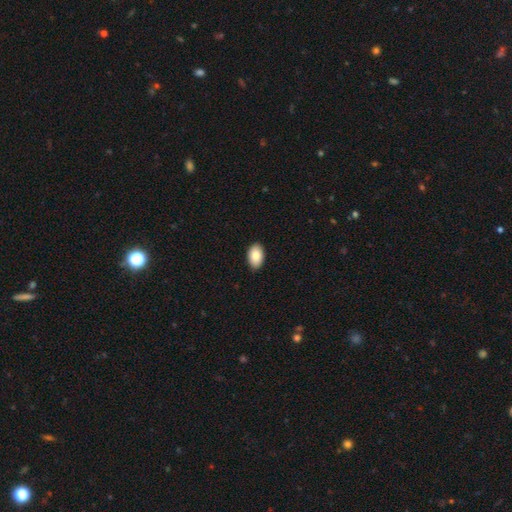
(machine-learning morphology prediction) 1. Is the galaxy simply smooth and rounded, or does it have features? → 87% smooth, 7% star or artifact, 6% featured or disk.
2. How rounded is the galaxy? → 92% in between, 7% round, 1% cigar-shaped.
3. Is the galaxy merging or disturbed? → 89% none, 8% minor disturbance, 2% major disturbance, 1% merger.